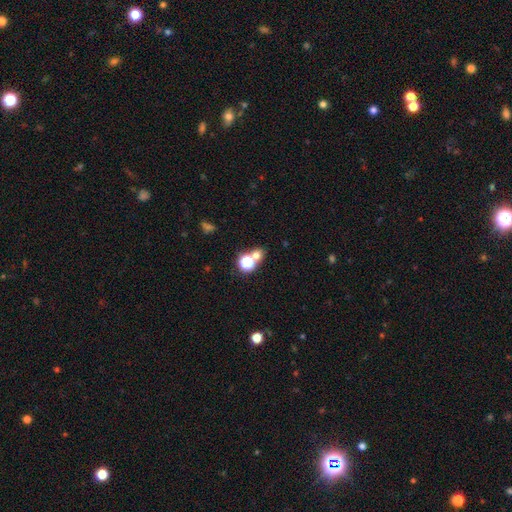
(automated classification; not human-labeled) Smooth or featured? smooth (57%)
How rounded? round (76%)
Merging? none (59%)